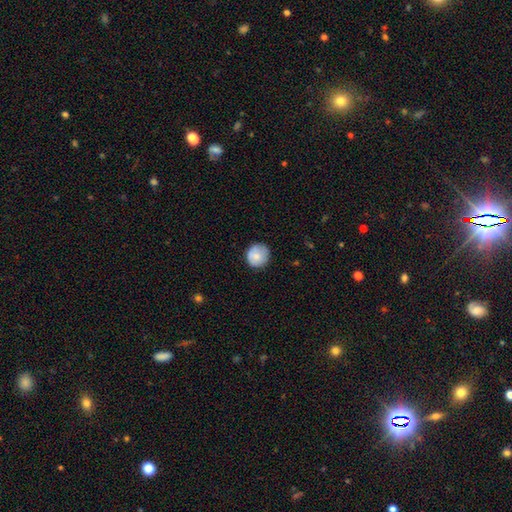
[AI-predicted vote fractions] Smooth or featured? smooth (78%)
How rounded? round (89%)
Merging? none (77%)